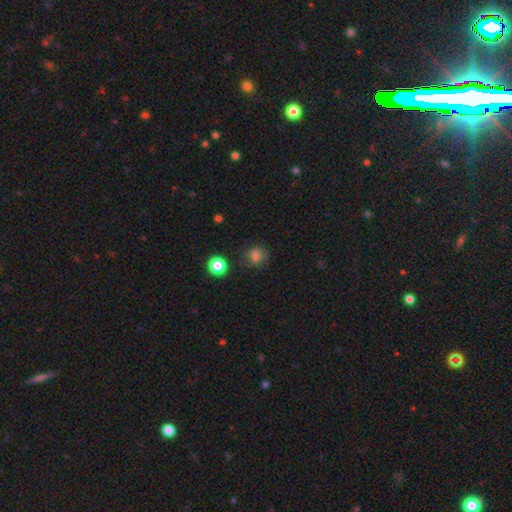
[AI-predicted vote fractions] smooth-or-featured: smooth: 76% | star or artifact: 16% | featured or disk: 8%
  how-rounded: round: 68% | in between: 31% | cigar-shaped: 1%
  merging: none: 70% | minor disturbance: 19% | major disturbance: 8% | merger: 3%